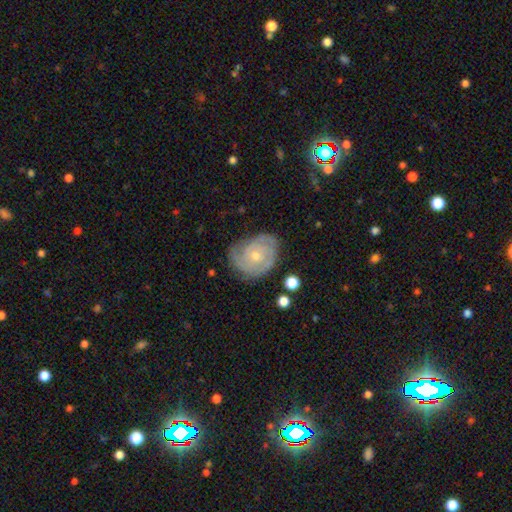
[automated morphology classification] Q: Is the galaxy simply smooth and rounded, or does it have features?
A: featured or disk — 78%.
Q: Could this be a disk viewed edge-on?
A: no — 97%.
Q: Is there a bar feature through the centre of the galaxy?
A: no — 79%.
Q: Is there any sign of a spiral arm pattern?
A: yes — 91%.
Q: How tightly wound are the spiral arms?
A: tight — 68%.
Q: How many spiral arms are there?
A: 2 — 32%.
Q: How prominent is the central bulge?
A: small — 62%.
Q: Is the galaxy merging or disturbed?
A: none — 68%.